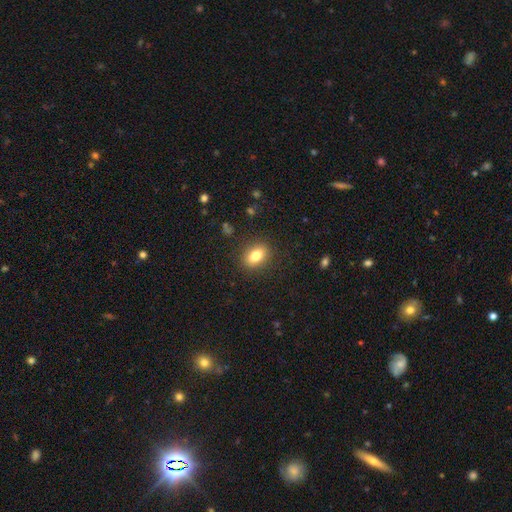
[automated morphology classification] This is clearly a smooth galaxy (80%). How rounded: likely in between (70%). Merging: clearly none (88%).